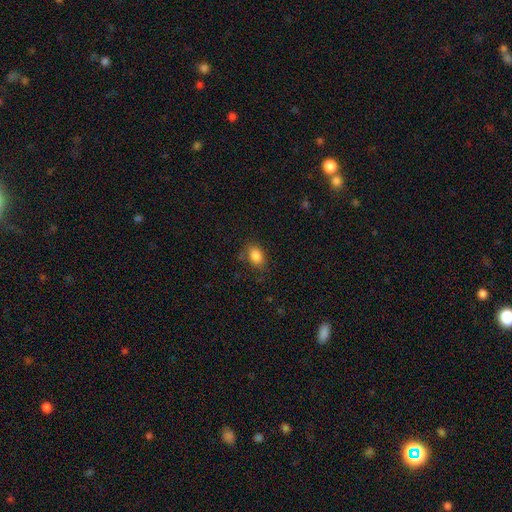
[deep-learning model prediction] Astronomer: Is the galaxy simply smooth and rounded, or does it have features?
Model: smooth — 85%.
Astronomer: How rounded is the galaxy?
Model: in between — 76%.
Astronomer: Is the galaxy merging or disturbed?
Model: none — 75%.